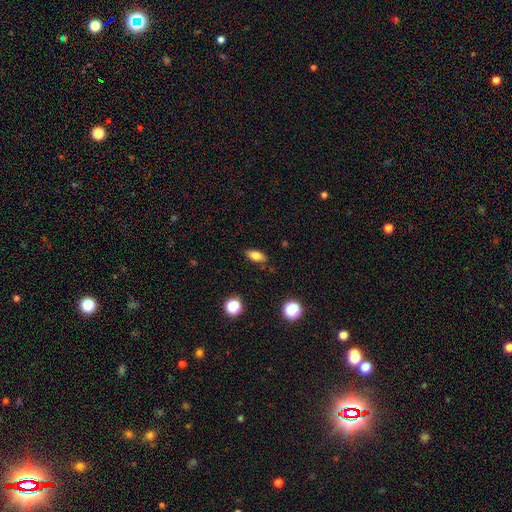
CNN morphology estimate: Smooth or featured? Predicted: smooth (p=0.80). How rounded? Predicted: in between (p=0.83). Merging? Predicted: none (p=0.85).